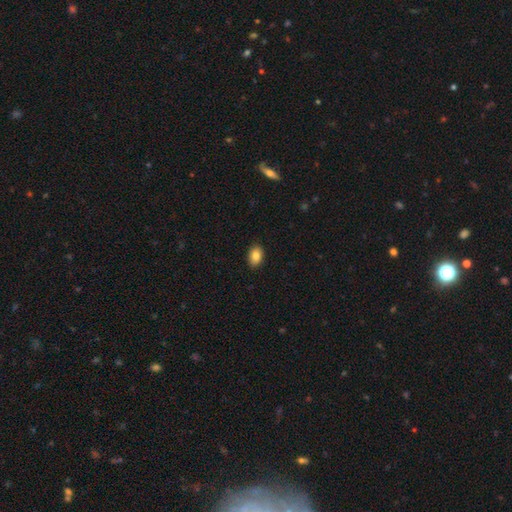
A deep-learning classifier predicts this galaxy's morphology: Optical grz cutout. It shows a smooth galaxy with no disk features (85%) that is in between round and cigar-shaped (85%). Merging: none (90%).